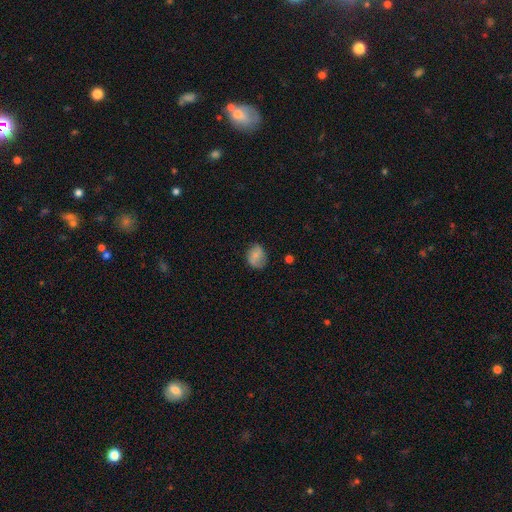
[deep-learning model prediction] This appears to be a smooth galaxy with no disk features (70%) that is in between round and cigar-shaped (55%). Merging: none (63%).